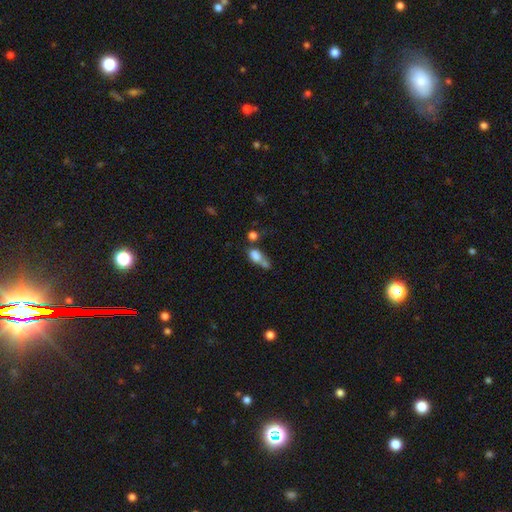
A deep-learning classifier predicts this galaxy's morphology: Smooth or featured? smooth (74%)
How rounded? in between (69%)
Merging? merger (55%)